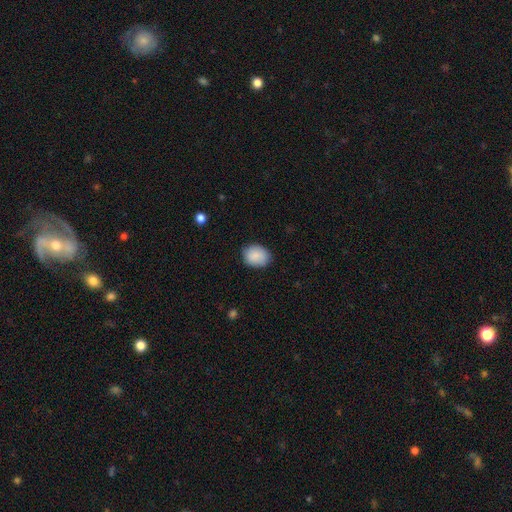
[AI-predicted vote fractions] A smooth galaxy with no disk features (89%) that is in between round and cigar-shaped (55%).

Vote fractions:
- Smooth or featured? smooth: 89% / star or artifact: 7% / featured or disk: 4%
- How rounded? in between: 55% / round: 44% / cigar-shaped: 1%
- Merging? none: 83% / minor disturbance: 13% / major disturbance: 3% / merger: 1%